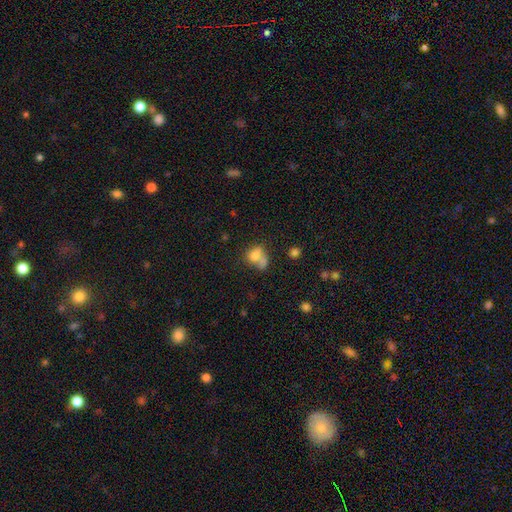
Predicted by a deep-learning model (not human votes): The model was most divided on "how rounded": round: 52%, in between: 47%, cigar-shaped: 1%. More confident: smooth or featured — smooth (72%); merging — merger (53%).